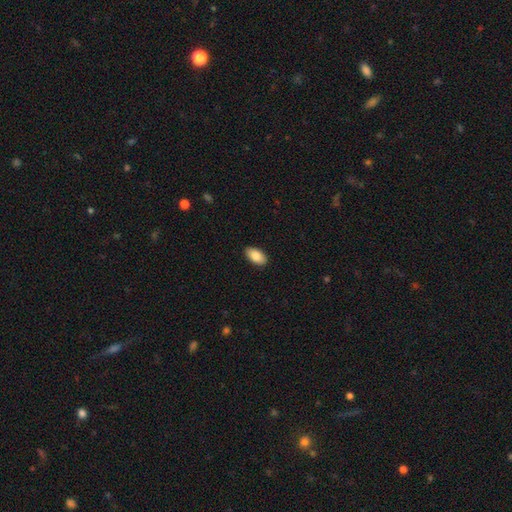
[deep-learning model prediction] Smooth or featured: smooth — 86% (featured or disk — 8%)
How rounded: in between — 95% (round — 3%)
Merging: none — 89% (minor disturbance — 9%)